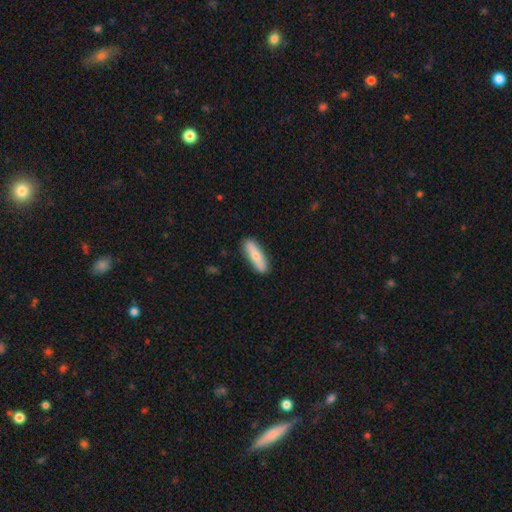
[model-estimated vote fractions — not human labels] smooth 66%, featured or disk 29%, star or artifact 5%. Down the decision tree: how rounded — cigar-shaped (64%); merging — none (87%).